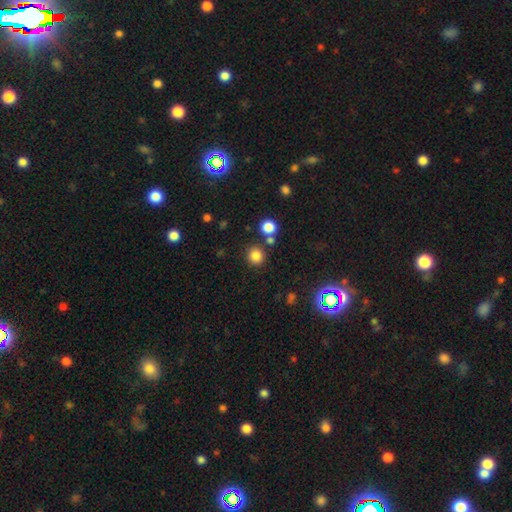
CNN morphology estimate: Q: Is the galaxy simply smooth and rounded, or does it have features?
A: smooth — 82%.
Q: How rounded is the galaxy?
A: round — 91%.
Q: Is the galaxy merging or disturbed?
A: none — 82%.